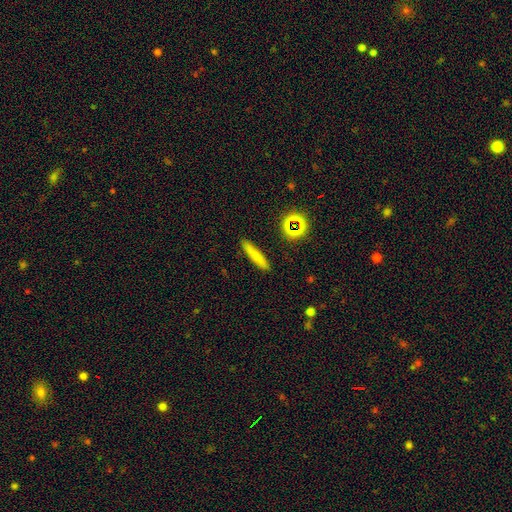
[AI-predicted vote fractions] A smooth galaxy with no disk features (74%) that is cigar-shaped (89%). Merging: none (88%).